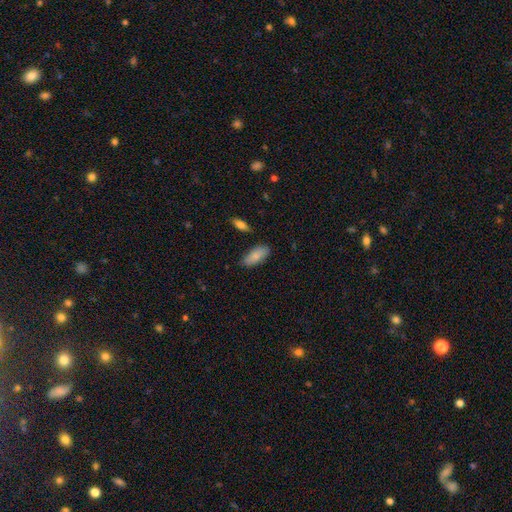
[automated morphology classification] Overall: smooth (85%). How rounded: in between (85%). Merging: none (76%).